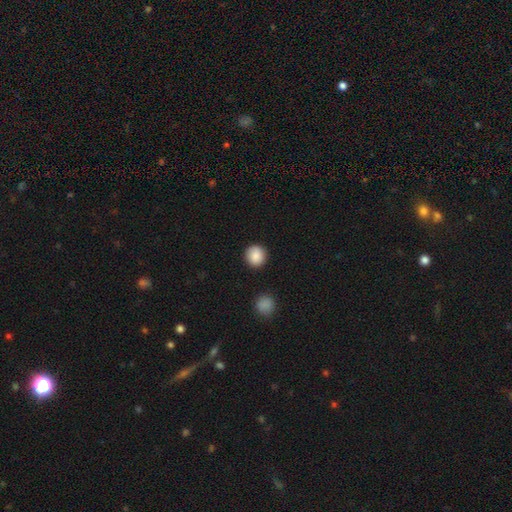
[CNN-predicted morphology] A smooth galaxy with no disk features (88%) that is round (92%).

Vote fractions:
- Smooth or featured? smooth: 88% / star or artifact: 8% / featured or disk: 4%
- How rounded? round: 92% / in between: 7% / cigar-shaped: 1%
- Merging? none: 90% / minor disturbance: 6% / major disturbance: 2% / merger: 2%